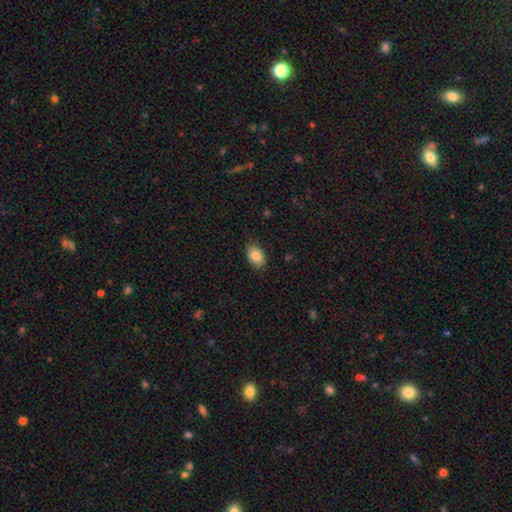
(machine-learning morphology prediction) smooth-or-featured: smooth: 84% | featured or disk: 8% | star or artifact: 8%
  how-rounded: in between: 84% | round: 15% | cigar-shaped: 1%
  merging: none: 85% | minor disturbance: 12% | major disturbance: 2% | merger: 1%